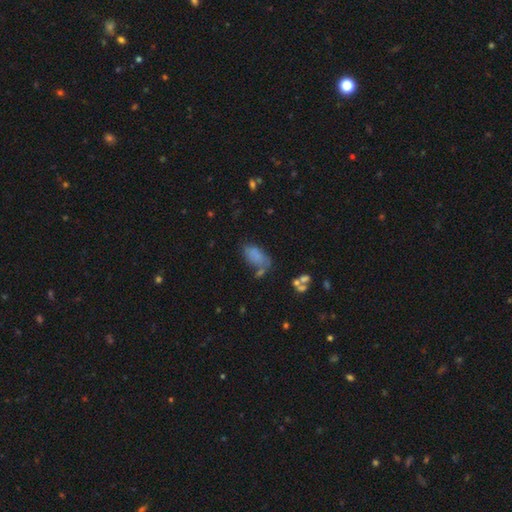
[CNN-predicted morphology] This is likely a smooth galaxy (72%). How rounded: clearly in between (92%). Merging: marginally none (39%).